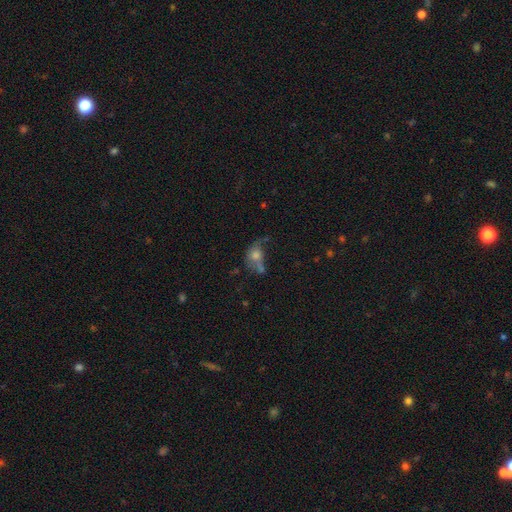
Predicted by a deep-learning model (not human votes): The model was most divided on "merging": major disturbance: 31%, none: 28%, merger: 23%, minor disturbance: 18%. Remaining: smooth or featured — smooth (47%).